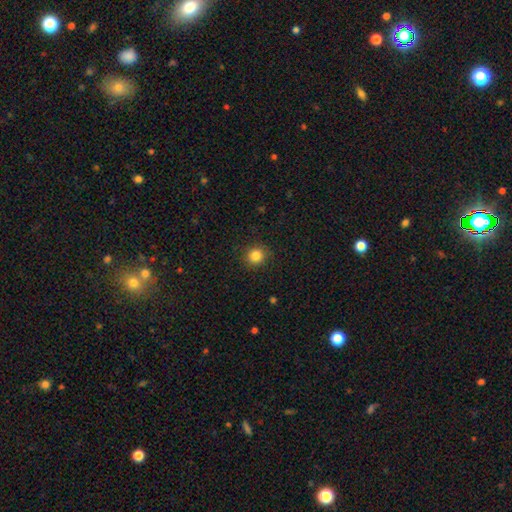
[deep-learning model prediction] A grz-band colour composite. It shows a smooth galaxy with no disk features (85%) that is round (89%). Merging: none (89%).